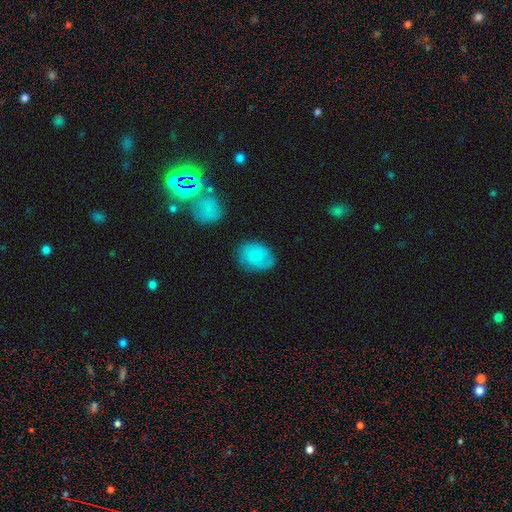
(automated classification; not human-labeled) Smooth or featured: smooth — 70% (featured or disk — 21%)
How rounded: in between — 67% (round — 32%)
Merging: none — 72% (minor disturbance — 20%)